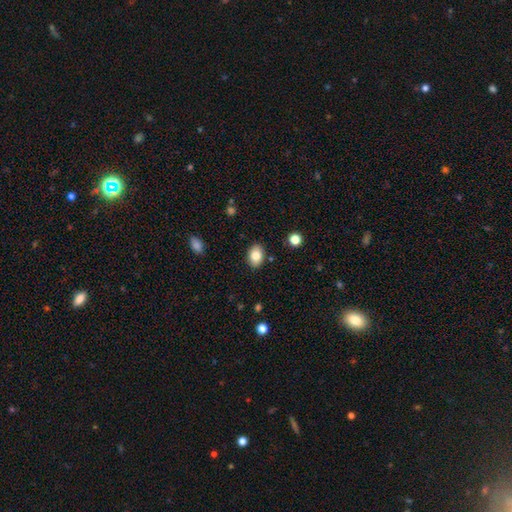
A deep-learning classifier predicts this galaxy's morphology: This appears to be a smooth galaxy with no disk features (83%) that is in between round and cigar-shaped (80%). Merging: none (87%).